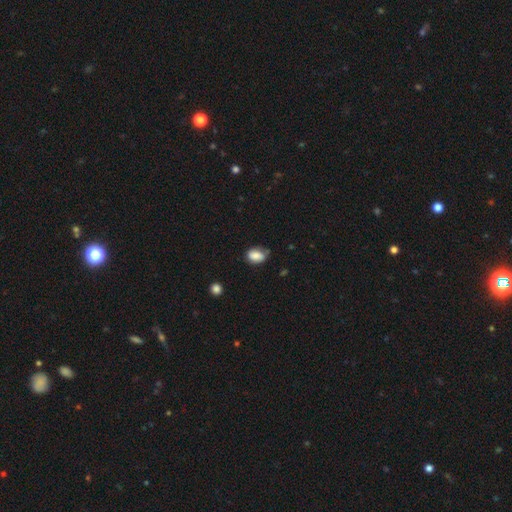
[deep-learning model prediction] A smooth galaxy with no disk features (83%) that is in between round and cigar-shaped (76%).

Vote fractions:
- Smooth or featured? smooth: 83% / star or artifact: 9% / featured or disk: 8%
- How rounded? in between: 76% / round: 22% / cigar-shaped: 1%
- Merging? none: 57% / minor disturbance: 32% / major disturbance: 7% / merger: 4%